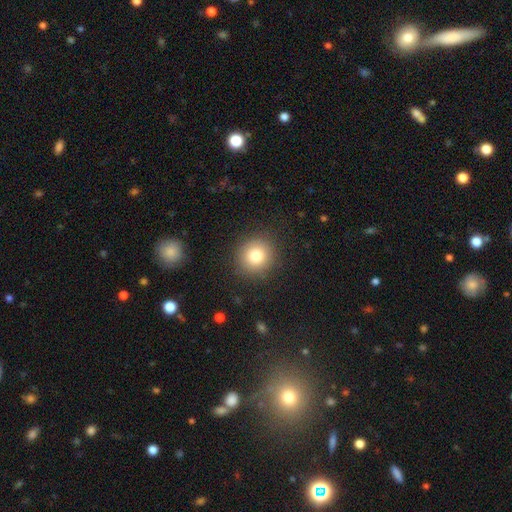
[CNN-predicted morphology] type=smooth (80%); roundness=round (90%); merging=none (89%).